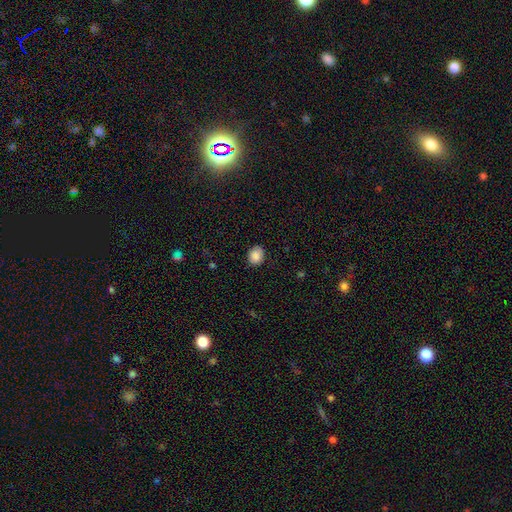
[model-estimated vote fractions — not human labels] smooth-or-featured: smooth: 86% | star or artifact: 8% | featured or disk: 5%
  how-rounded: round: 55% | in between: 44% | cigar-shaped: 1%
  merging: none: 86% | minor disturbance: 11% | major disturbance: 2% | merger: 1%